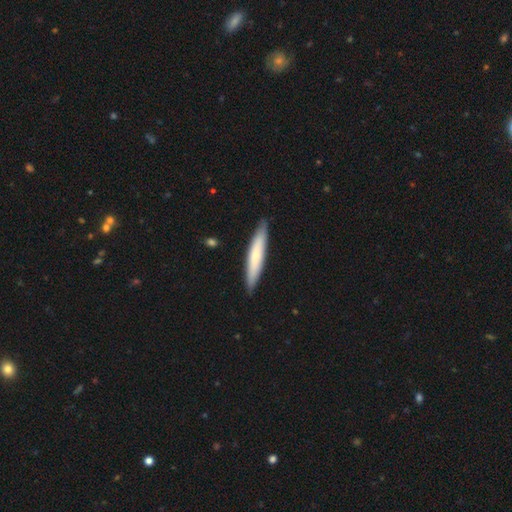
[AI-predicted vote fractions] A smooth galaxy with no disk features (66%) that is cigar-shaped (91%). Merging: none (88%).